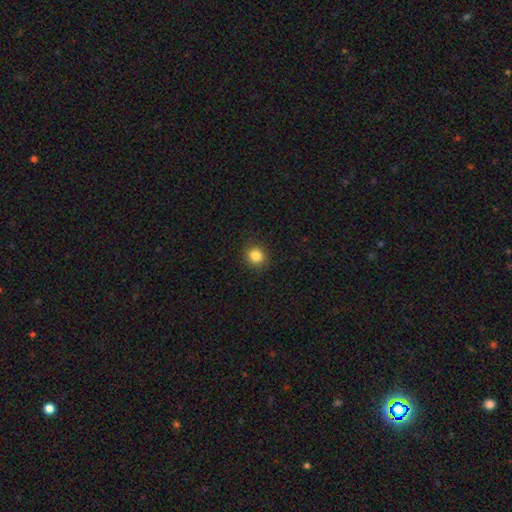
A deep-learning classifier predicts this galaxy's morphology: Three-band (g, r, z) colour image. It shows a smooth galaxy with no disk features (85%) that is round (82%). Merging: none (90%).